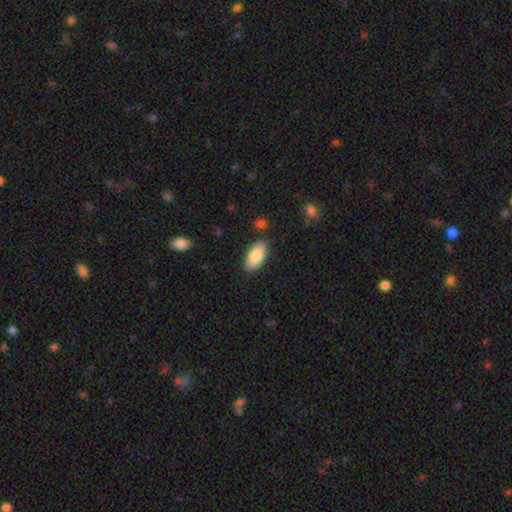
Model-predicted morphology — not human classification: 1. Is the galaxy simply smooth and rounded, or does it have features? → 83% smooth, 11% featured or disk, 6% star or artifact.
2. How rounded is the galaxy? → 93% in between, 4% cigar-shaped, 2% round.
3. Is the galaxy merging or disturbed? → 85% none, 11% minor disturbance, 2% merger, 2% major disturbance.